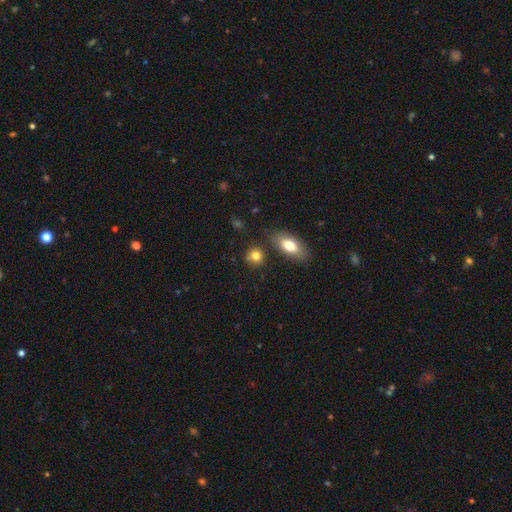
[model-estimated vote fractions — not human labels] Overall: smooth (81%). How rounded: round (76%). Merging: none (78%).